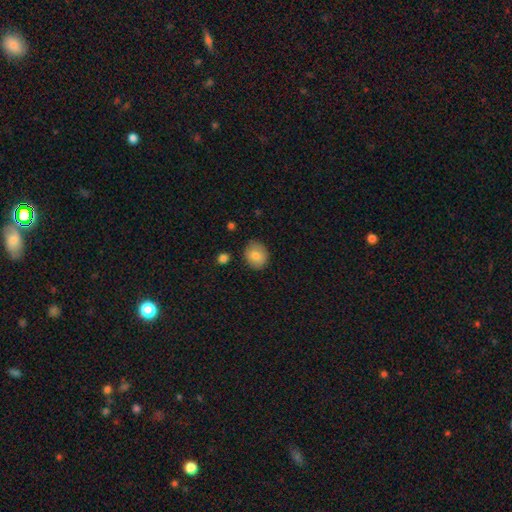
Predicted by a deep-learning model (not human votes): smooth_or_featured: smooth (p=0.81) [alt: featured or disk p=0.11]
how_rounded: round (p=0.71) [alt: in between p=0.28]
merging: none (p=0.80) [alt: minor disturbance p=0.15]